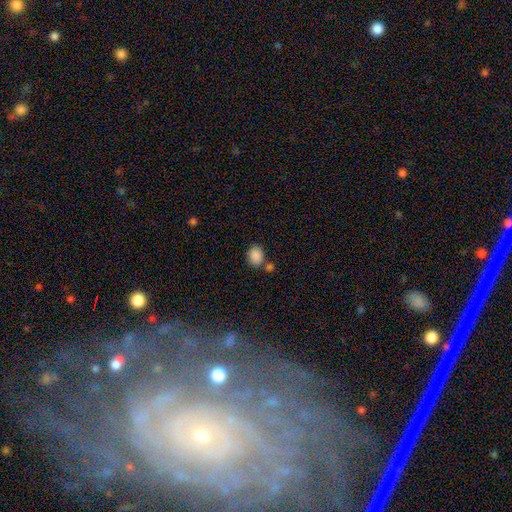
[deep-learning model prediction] A smooth galaxy with no disk features (87%) that is in between round and cigar-shaped (59%). Merging: none (63%).